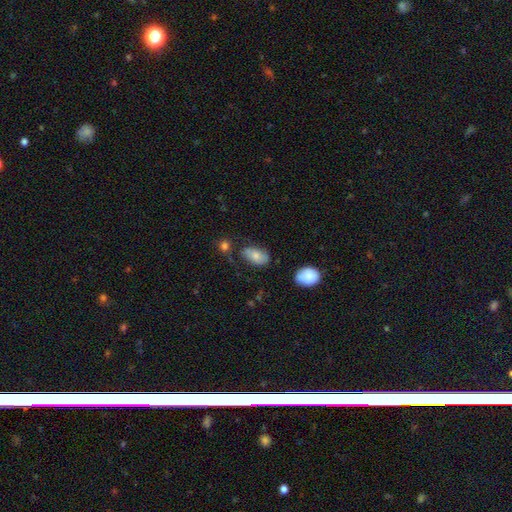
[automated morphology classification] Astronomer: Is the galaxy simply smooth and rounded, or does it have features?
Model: smooth — 76%.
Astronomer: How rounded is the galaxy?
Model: in between — 92%.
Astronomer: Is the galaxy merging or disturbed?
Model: none — 61%.